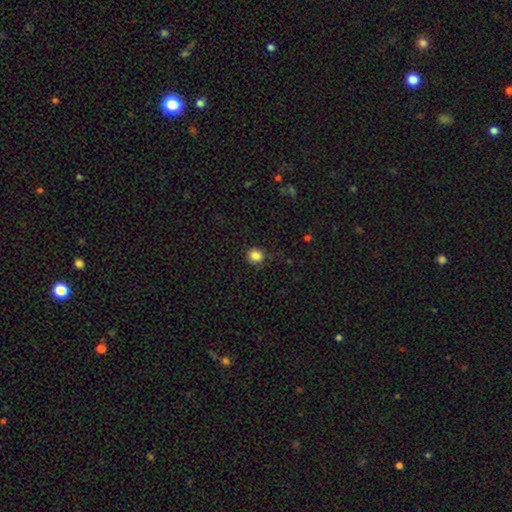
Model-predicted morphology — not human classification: This appears to be a smooth galaxy with no disk features (84%) that is round (90%). Merging: none (82%).